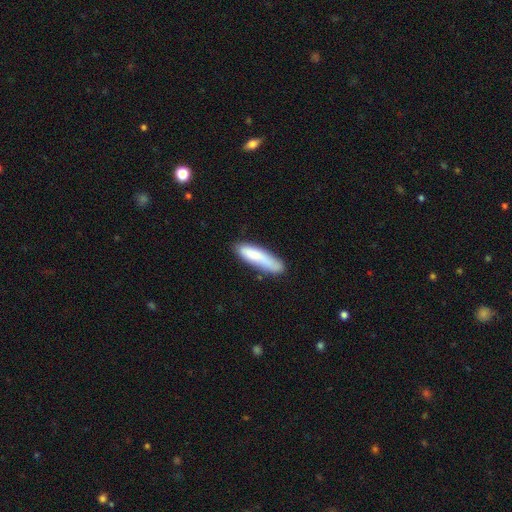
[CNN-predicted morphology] Q: Smooth or featured?
A: smooth (79%); runner-up: featured or disk (15%)
Q: How rounded?
A: cigar-shaped (74%); runner-up: in between (25%)
Q: Merging?
A: none (66%); runner-up: minor disturbance (24%)